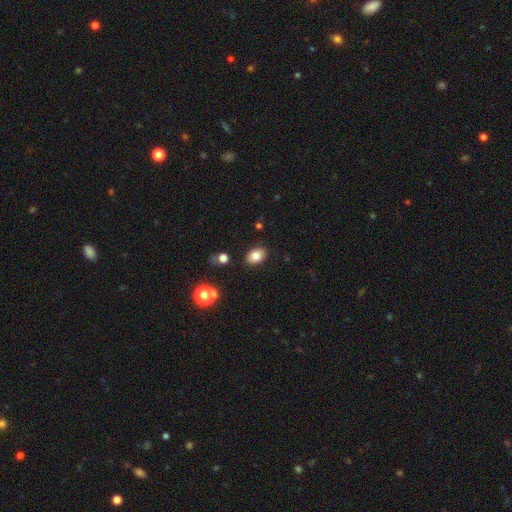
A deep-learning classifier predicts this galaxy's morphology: type=smooth (81%); roundness=in between (82%); merging=none (86%).